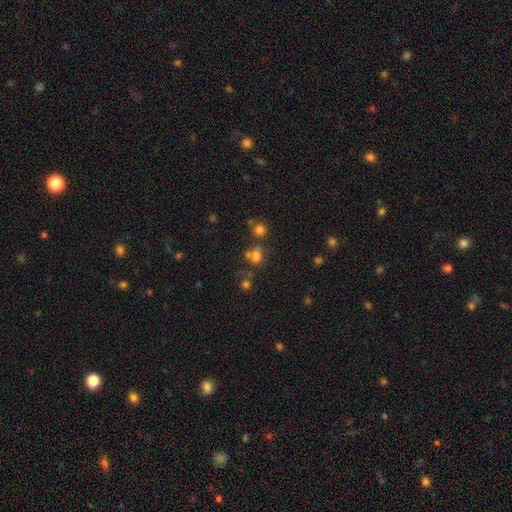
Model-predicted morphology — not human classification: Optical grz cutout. It shows a smooth galaxy with no disk features (66%) that is in between round and cigar-shaped (56%). Merging: none (46%).